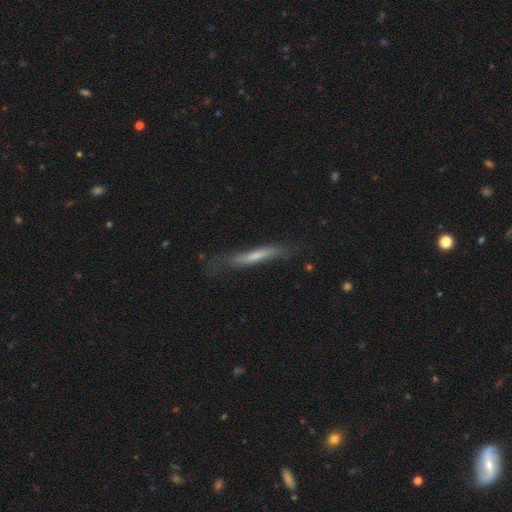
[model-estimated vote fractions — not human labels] This appears to be a smooth galaxy with no disk features (50%). Merging: none (67%).